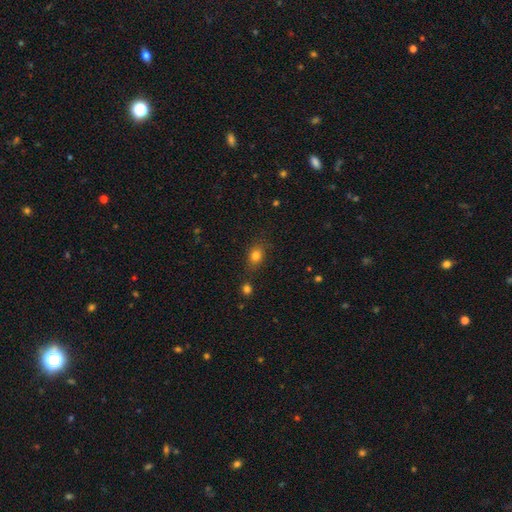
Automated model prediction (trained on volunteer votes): Smooth or featured? Predicted: smooth (p=0.80). How rounded? Predicted: in between (p=0.58). Merging? Predicted: none (p=0.73).